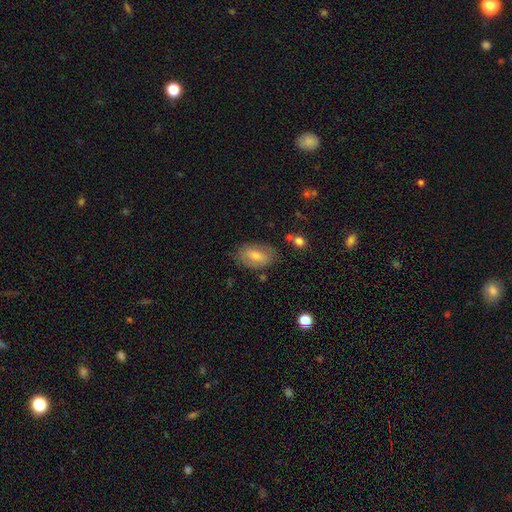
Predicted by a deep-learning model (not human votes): The model was most divided on "smooth or featured": smooth: 63%, featured or disk: 30%, star or artifact: 8%. More confident: how rounded — in between (88%); merging — none (75%).